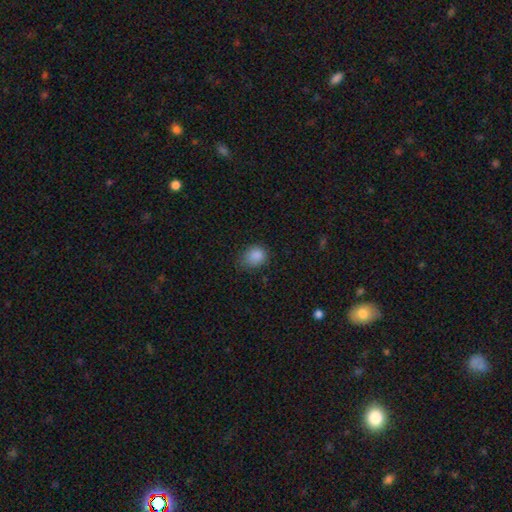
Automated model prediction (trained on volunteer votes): smooth 87%, star or artifact 10%, featured or disk 3%. Down the decision tree: how rounded — round (66%); merging — none (70%).